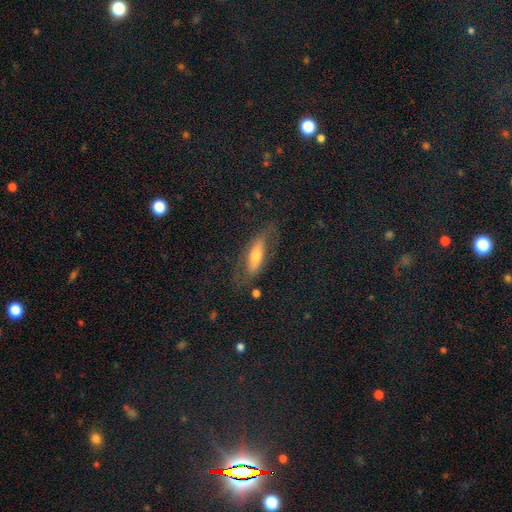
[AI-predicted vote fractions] Smooth or featured?
  - featured or disk: 42% *
  - smooth: 40%
  - star or artifact: 18%
Merging?
  - none: 68% *
  - minor disturbance: 18%
  - major disturbance: 11%
  - merger: 2%